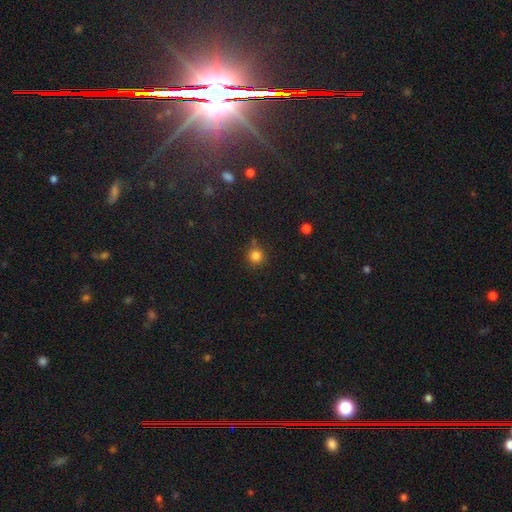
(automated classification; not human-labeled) A smooth galaxy with no disk features (82%) that is round (93%).

Vote fractions:
- Smooth or featured? smooth: 82% / star or artifact: 13% / featured or disk: 5%
- How rounded? round: 93% / in between: 6% / cigar-shaped: 1%
- Merging? none: 79% / minor disturbance: 11% / merger: 7% / major disturbance: 3%